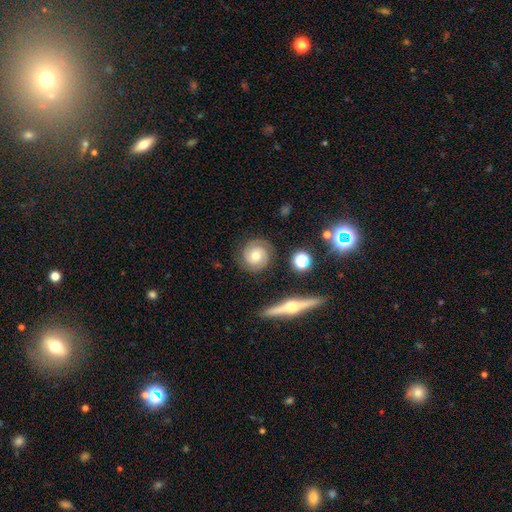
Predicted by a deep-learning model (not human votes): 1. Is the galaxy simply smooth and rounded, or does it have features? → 74% featured or disk, 19% smooth, 8% star or artifact.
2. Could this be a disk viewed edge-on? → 95% no, 5% yes.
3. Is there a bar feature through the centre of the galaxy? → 73% no, 20% weak, 6% strong.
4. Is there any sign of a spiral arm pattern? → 94% yes, 6% no.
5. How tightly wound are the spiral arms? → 67% tight, 27% medium, 6% loose.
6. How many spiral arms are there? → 82% 2, 8% can't tell, 5% 3, 3% 1, 1% 4, 1% more than 4.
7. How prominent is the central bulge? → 69% moderate, 21% small, 7% large, 1% none, 1% dominant.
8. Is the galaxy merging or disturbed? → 84% none, 11% minor disturbance, 3% major disturbance, 2% merger.